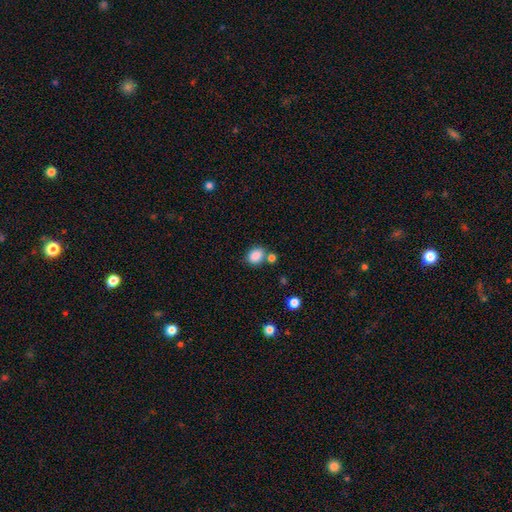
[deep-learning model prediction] Smooth or featured? smooth (86%)
How rounded? in between (54%)
Merging? none (65%)